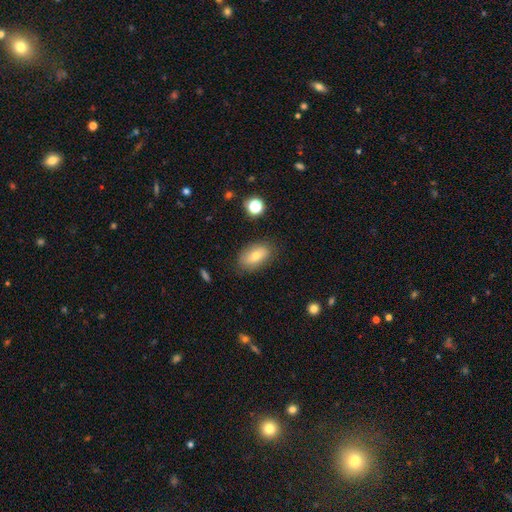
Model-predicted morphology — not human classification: Smooth or featured: smooth — 65% (featured or disk — 25%)
How rounded: in between — 89% (round — 6%)
Merging: none — 81% (minor disturbance — 14%)